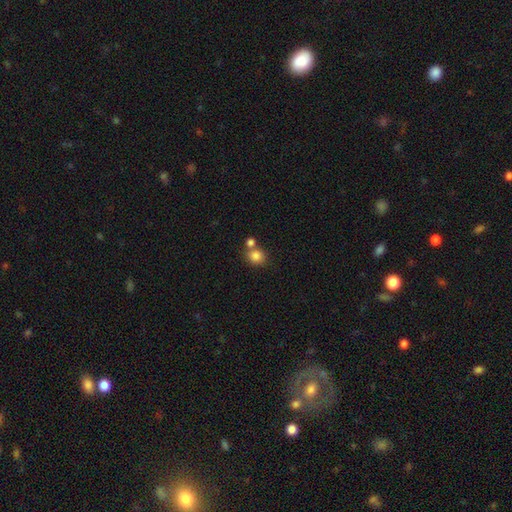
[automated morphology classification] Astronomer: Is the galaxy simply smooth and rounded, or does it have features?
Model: smooth — 83%.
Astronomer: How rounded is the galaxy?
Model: round — 78%.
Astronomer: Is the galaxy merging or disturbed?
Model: none — 57%.